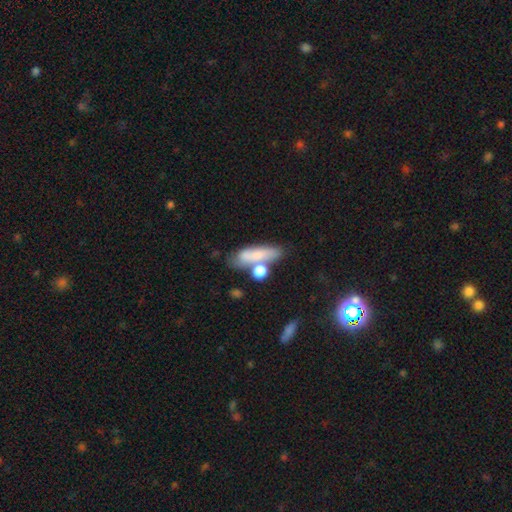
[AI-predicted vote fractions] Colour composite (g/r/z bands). It shows a smooth galaxy with no disk features (71%) that is cigar-shaped (47%). Merging: none (48%).